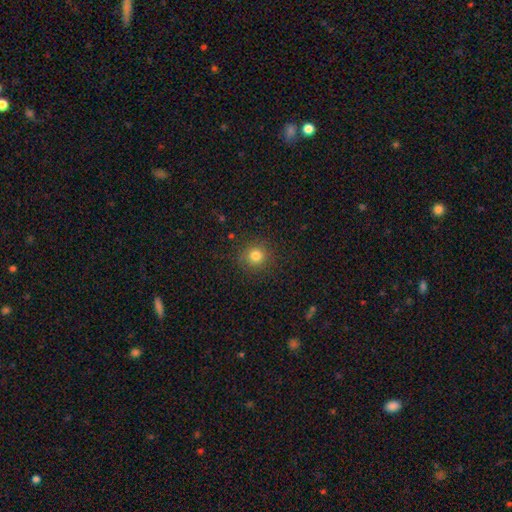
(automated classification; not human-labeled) This appears to be a smooth galaxy with no disk features (81%) that is round (92%). Merging: none (88%).